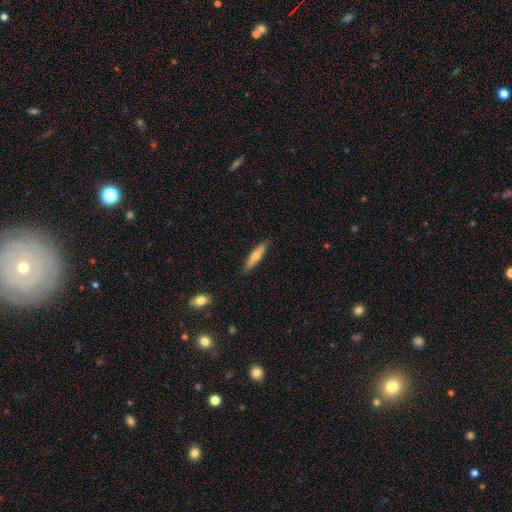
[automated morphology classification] The model was most divided on "smooth or featured": smooth: 53%, featured or disk: 40%, star or artifact: 7%. More confident: merging — none (86%); how rounded — cigar-shaped (82%).